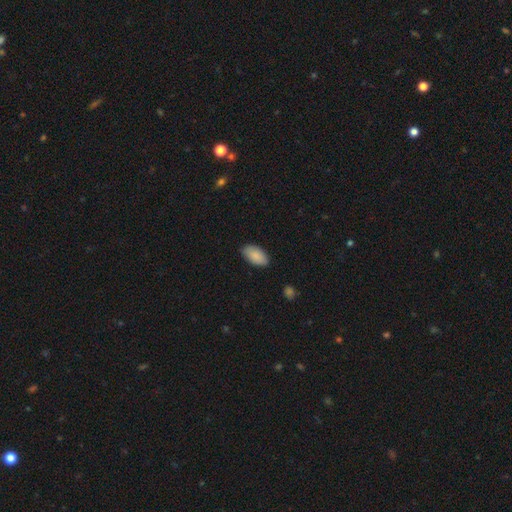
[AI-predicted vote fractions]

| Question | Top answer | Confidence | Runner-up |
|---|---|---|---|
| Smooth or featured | smooth | 88% | featured or disk (6%) |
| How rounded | in between | 95% | round (3%) |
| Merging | none | 83% | minor disturbance (14%) |